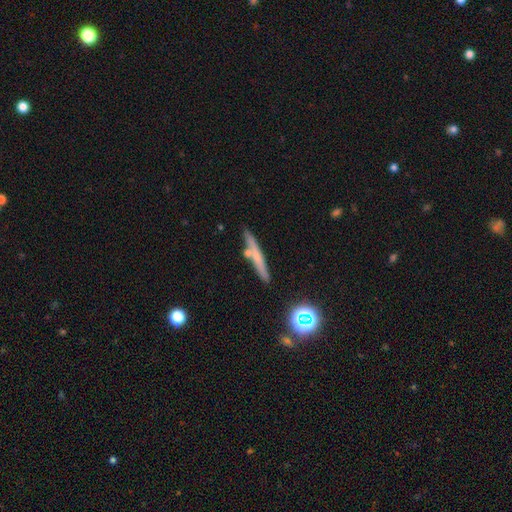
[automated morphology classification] A smooth galaxy with no disk features (49%). Merging: none (75%).